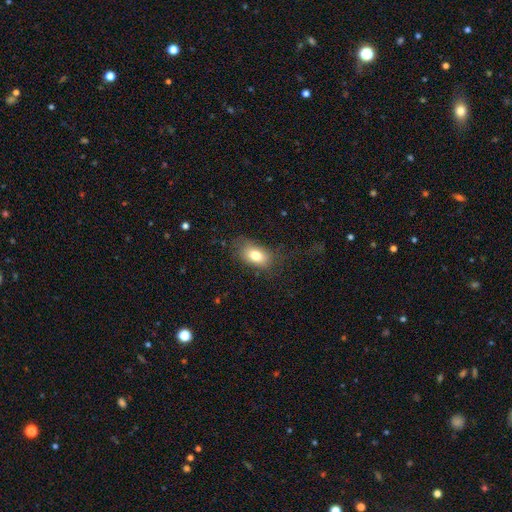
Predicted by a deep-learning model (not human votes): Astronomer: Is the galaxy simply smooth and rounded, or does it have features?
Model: smooth — 78%.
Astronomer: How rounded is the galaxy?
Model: in between — 88%.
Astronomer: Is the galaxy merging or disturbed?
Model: none — 67%.